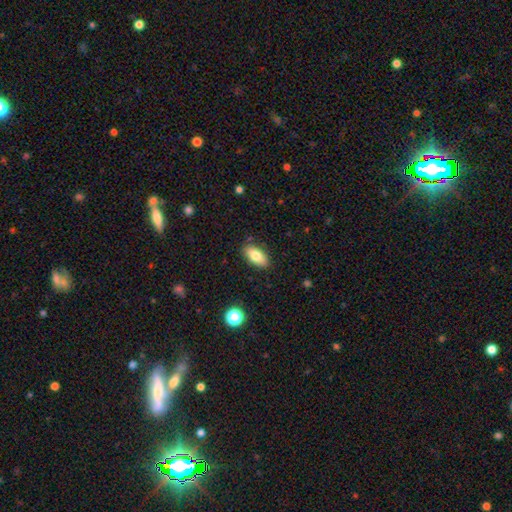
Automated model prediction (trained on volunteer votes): Morphology: type=smooth (80%); roundness=in between (89%); merging=none (87%).